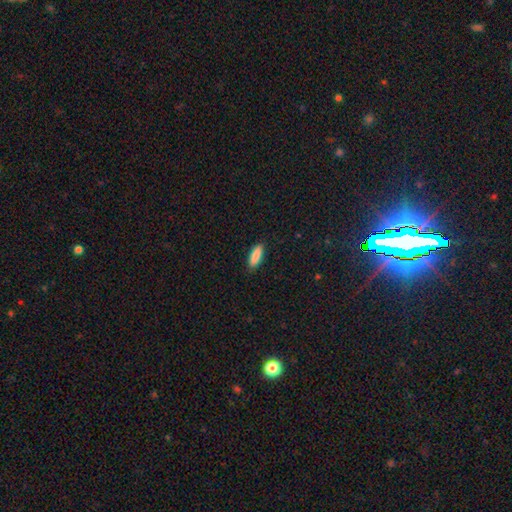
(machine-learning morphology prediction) Smooth or featured?
  - smooth: 89% *
  - star or artifact: 6%
  - featured or disk: 5%
How rounded?
  - in between: 53% *
  - cigar-shaped: 46%
  - round: 2%
Merging?
  - none: 88% *
  - minor disturbance: 9%
  - major disturbance: 2%
  - merger: 1%